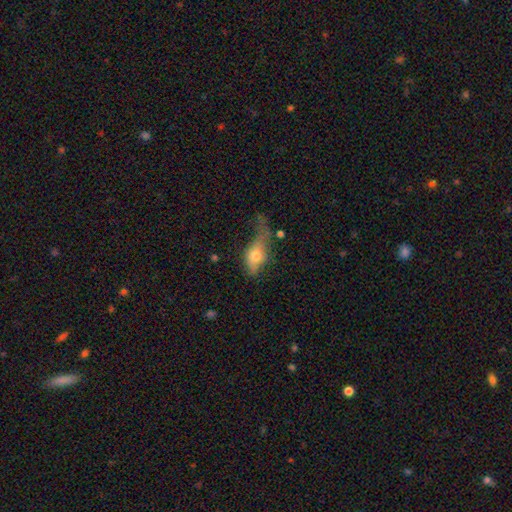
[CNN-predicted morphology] type=smooth (64%); roundness=in between (77%); merging=major disturbance (46%).